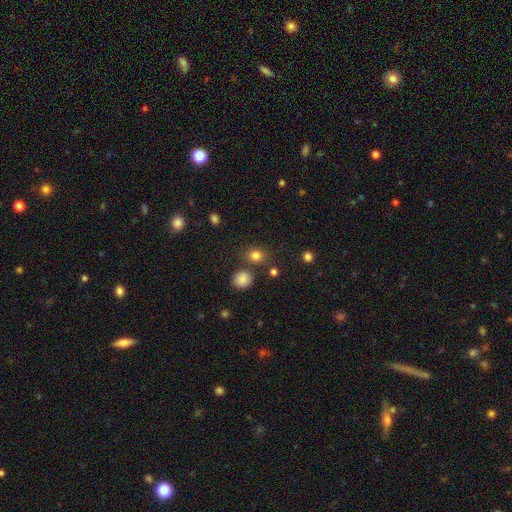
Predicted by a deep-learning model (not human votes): The model was most divided on "how rounded": round: 71%, in between: 28%, cigar-shaped: 1%. More confident: smooth or featured — smooth (81%); merging — none (76%).